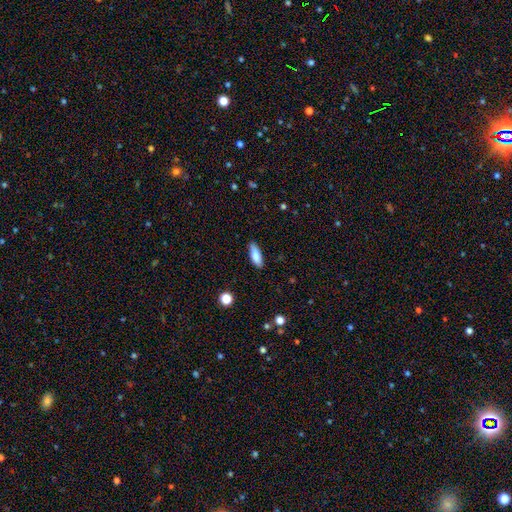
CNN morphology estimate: The model was most divided on "how rounded": in between: 60%, cigar-shaped: 38%, round: 2%. More confident: merging — none (85%); smooth or featured — smooth (85%).